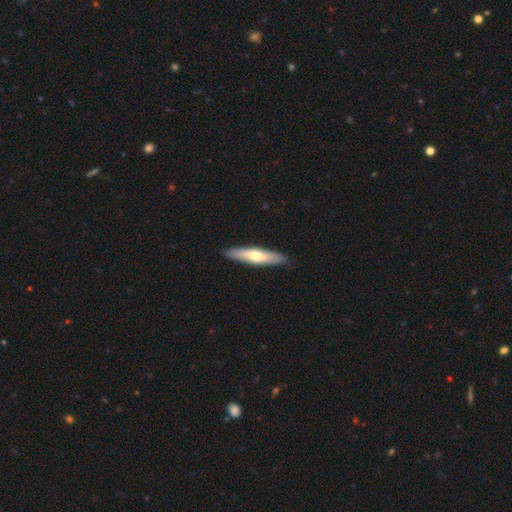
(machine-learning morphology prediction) This appears to be a smooth galaxy with no disk features (55%) that is cigar-shaped (81%). Merging: none (89%).